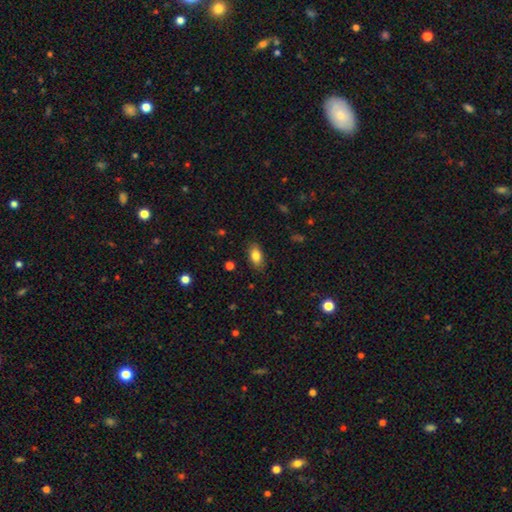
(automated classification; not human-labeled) Overall: smooth (82%). How rounded: in between (89%). Merging: none (84%).